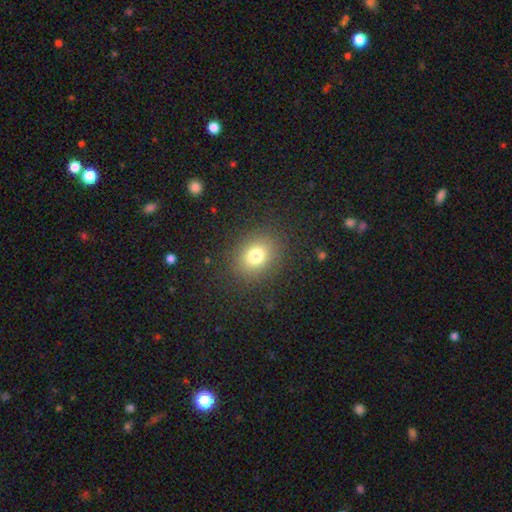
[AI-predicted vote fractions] Q: Smooth or featured?
A: smooth (77%); runner-up: star or artifact (14%)
Q: How rounded?
A: round (54%); runner-up: in between (45%)
Q: Merging?
A: none (87%); runner-up: minor disturbance (8%)